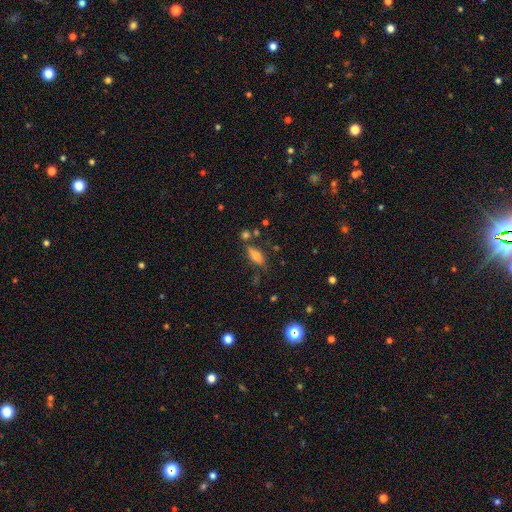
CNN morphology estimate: smooth 68%, featured or disk 23%, star or artifact 9%. Down the decision tree: how rounded — in between (67%); merging — none (67%).